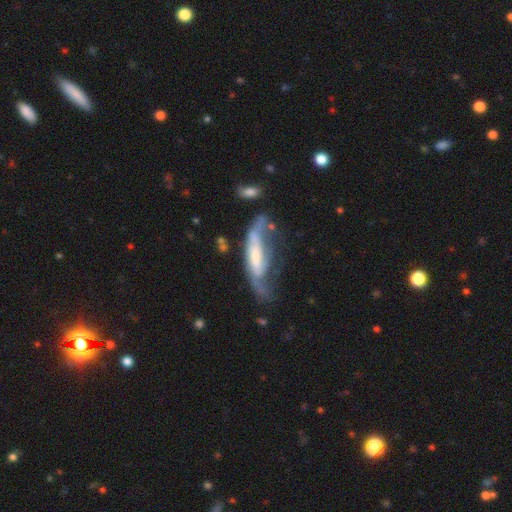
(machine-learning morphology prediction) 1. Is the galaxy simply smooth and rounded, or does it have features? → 65% featured or disk, 28% smooth, 7% star or artifact.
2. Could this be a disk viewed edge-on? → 73% no, 27% yes.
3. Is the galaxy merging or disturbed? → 36% major disturbance, 31% none, 24% minor disturbance, 9% merger.